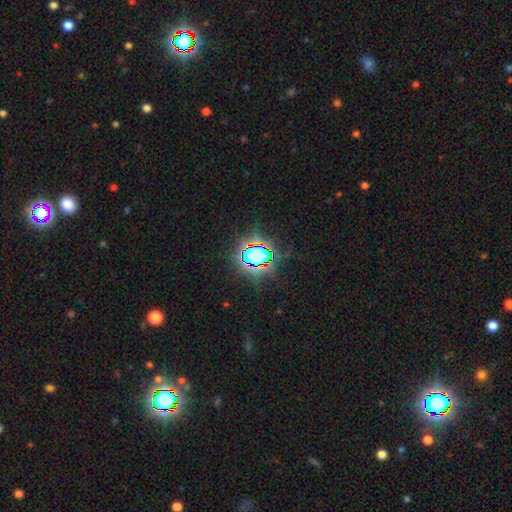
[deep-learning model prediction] Smooth or featured?
  - star or artifact: 72% *
  - smooth: 16%
  - featured or disk: 12%